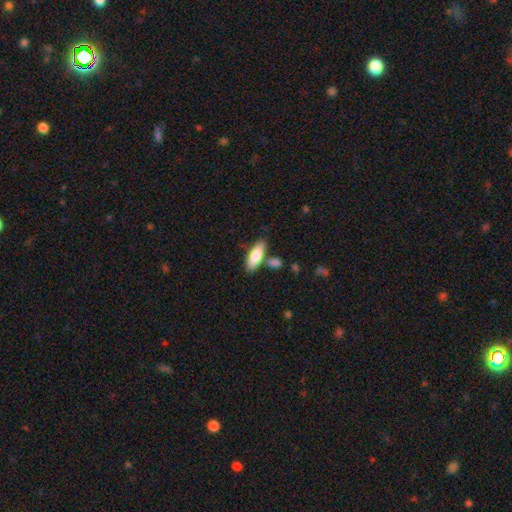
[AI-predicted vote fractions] A smooth galaxy with no disk features (79%) that is in between round and cigar-shaped (69%). Merging: none (73%).